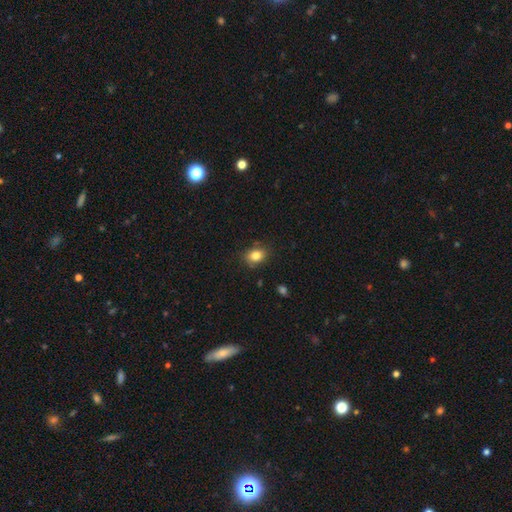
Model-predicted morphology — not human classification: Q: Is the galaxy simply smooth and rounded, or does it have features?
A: smooth — 83%.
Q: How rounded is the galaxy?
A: in between — 58%.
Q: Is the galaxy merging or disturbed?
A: none — 82%.